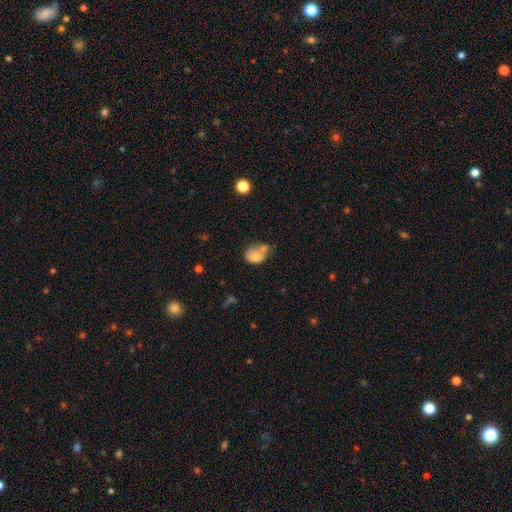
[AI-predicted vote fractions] smooth-or-featured: smooth: 72% | featured or disk: 19% | star or artifact: 10%
  how-rounded: in between: 60% | round: 39% | cigar-shaped: 1%
  merging: merger: 47% | none: 25% | minor disturbance: 18% | major disturbance: 11%